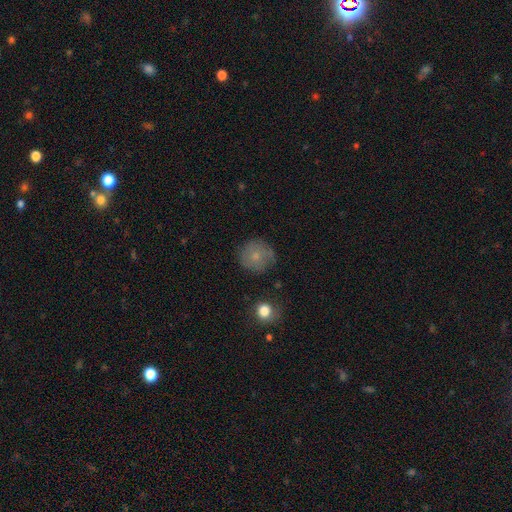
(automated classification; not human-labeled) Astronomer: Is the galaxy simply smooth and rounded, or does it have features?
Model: smooth — 73%.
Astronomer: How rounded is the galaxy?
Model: round — 92%.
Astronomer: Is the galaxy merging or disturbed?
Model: none — 75%.